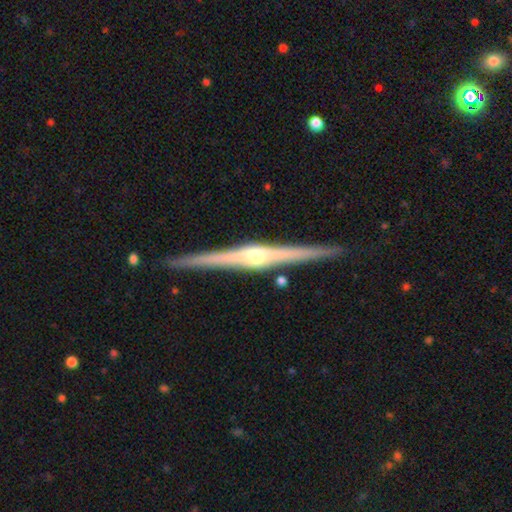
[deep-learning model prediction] Morphology: type=featured or disk (87%); edge-on=yes (99%); edge-on bulge=rounded (85%); merging=none (91%).